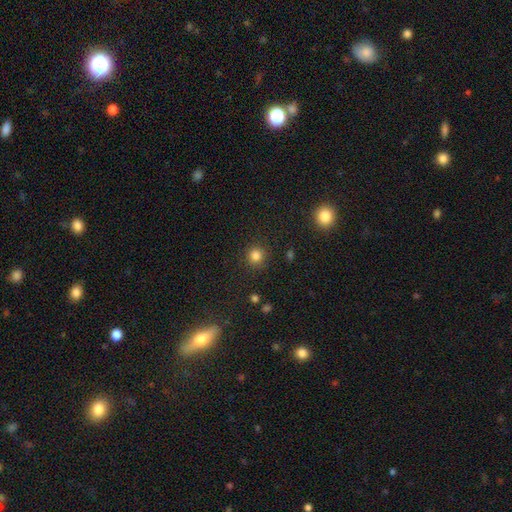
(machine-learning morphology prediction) This appears to be a smooth galaxy with no disk features (83%) that is round (93%). Merging: none (89%).